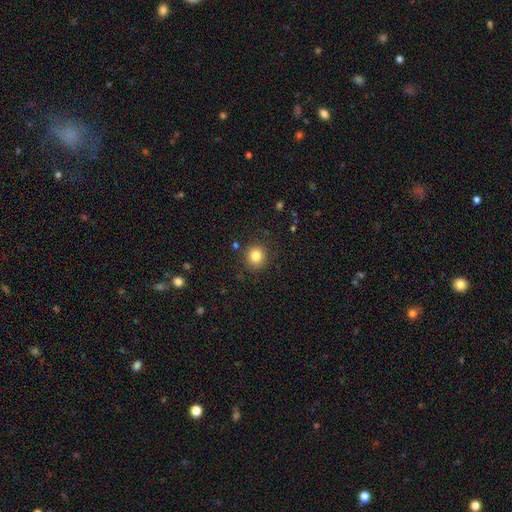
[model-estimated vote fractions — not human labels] Q: Smooth or featured?
A: smooth (83%); runner-up: star or artifact (11%)
Q: How rounded?
A: round (85%); runner-up: in between (14%)
Q: Merging?
A: none (87%); runner-up: minor disturbance (8%)